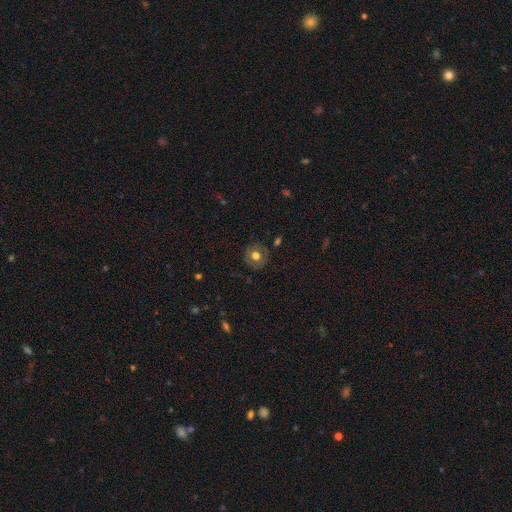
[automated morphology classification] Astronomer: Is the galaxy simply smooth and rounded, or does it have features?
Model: smooth — 59%.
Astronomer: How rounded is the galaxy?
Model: round — 89%.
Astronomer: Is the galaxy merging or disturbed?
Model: none — 83%.